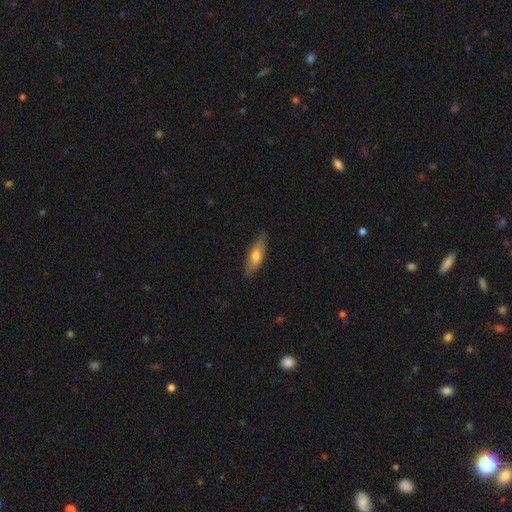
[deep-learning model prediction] smooth-or-featured: smooth: 64% | featured or disk: 30% | star or artifact: 6%
  how-rounded: cigar-shaped: 51% | in between: 47% | round: 2%
  merging: none: 84% | minor disturbance: 13% | major disturbance: 2% | merger: 1%